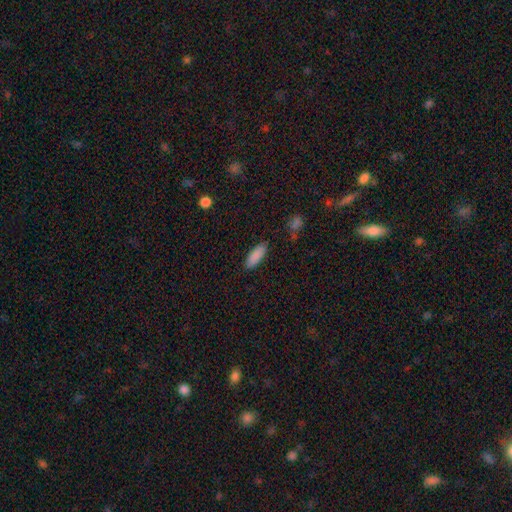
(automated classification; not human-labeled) Smooth or featured: smooth — 88% (star or artifact — 7%)
How rounded: in between — 69% (cigar-shaped — 29%)
Merging: none — 85% (minor disturbance — 11%)